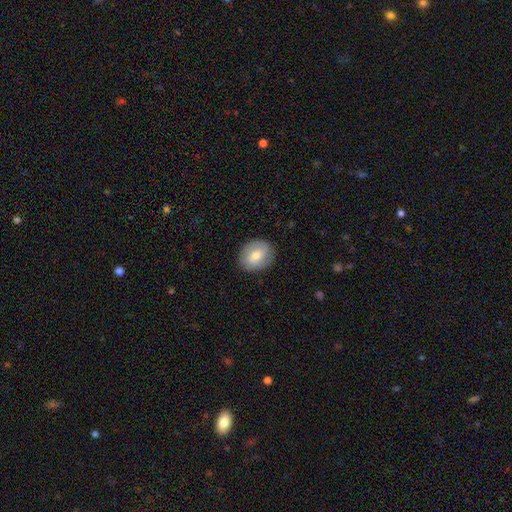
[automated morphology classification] Smooth or featured: smooth — 62% (featured or disk — 31%)
How rounded: round — 58% (in between — 41%)
Merging: none — 86% (minor disturbance — 10%)